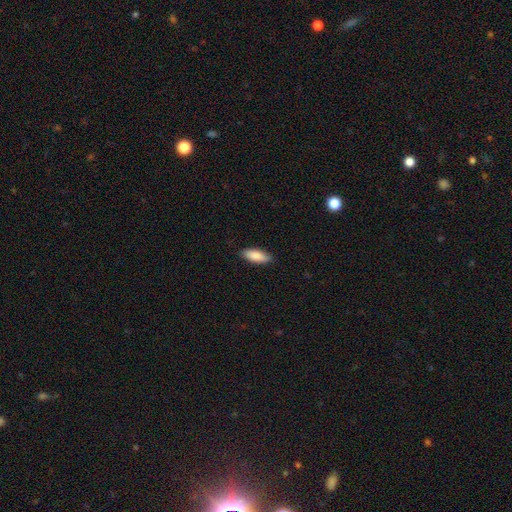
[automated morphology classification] type=smooth (88%); roundness=in between (72%); merging=none (88%).